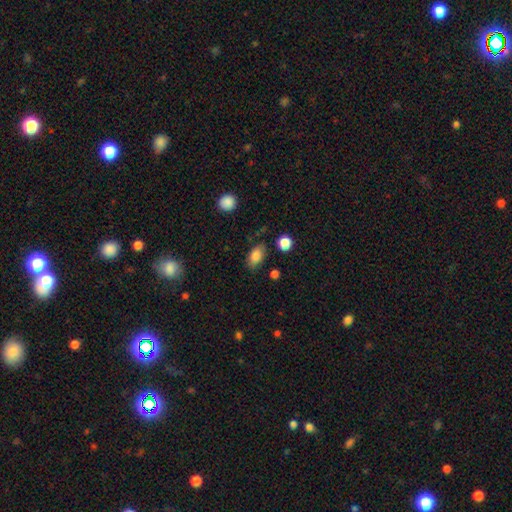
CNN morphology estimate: Overall: smooth (84%). How rounded: in between (87%). Merging: none (79%).